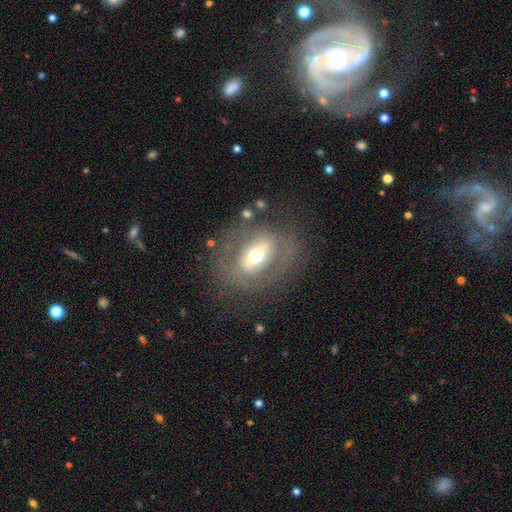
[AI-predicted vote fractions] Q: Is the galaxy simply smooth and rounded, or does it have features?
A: featured or disk — 58%.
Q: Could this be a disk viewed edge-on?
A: no — 88%.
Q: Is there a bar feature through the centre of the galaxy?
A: strong — 46%.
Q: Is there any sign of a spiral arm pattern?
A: no — 77%.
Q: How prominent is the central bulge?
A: moderate — 66%.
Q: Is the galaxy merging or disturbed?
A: none — 73%.